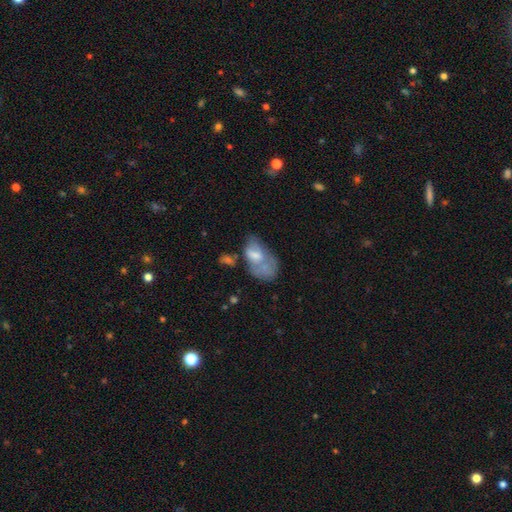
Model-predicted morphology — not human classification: Smooth or featured?
  - smooth: 54% *
  - featured or disk: 37%
  - star or artifact: 9%
How rounded?
  - in between: 89% *
  - round: 8%
  - cigar-shaped: 3%
Merging?
  - merger: 28% *
  - major disturbance: 27%
  - none: 23%
  - minor disturbance: 22%